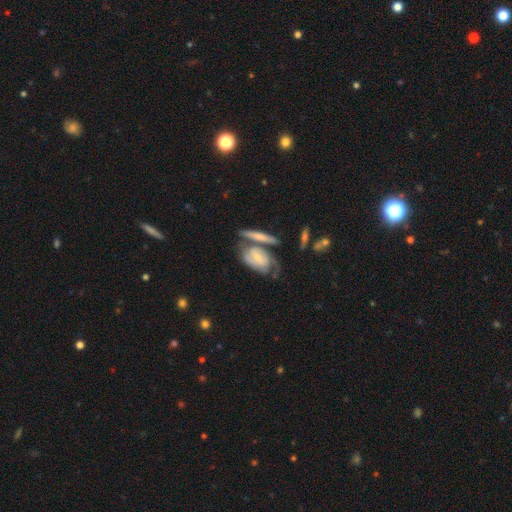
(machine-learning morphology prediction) Q: Smooth or featured?
A: featured or disk (62%); runner-up: smooth (29%)
Q: Edge-on disk?
A: no (88%); runner-up: yes (12%)
Q: Bar?
A: no (63%); runner-up: weak (28%)
Q: Spiral arms?
A: yes (82%); runner-up: no (18%)
Q: Bulge size?
A: small (60%); runner-up: moderate (23%)
Q: Merging?
A: none (40%); runner-up: merger (30%)